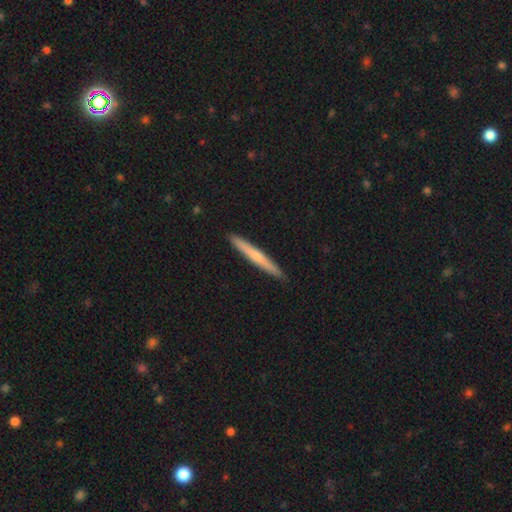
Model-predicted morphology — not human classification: A smooth galaxy with no disk features (54%) that is cigar-shaped (96%). Merging: none (92%).